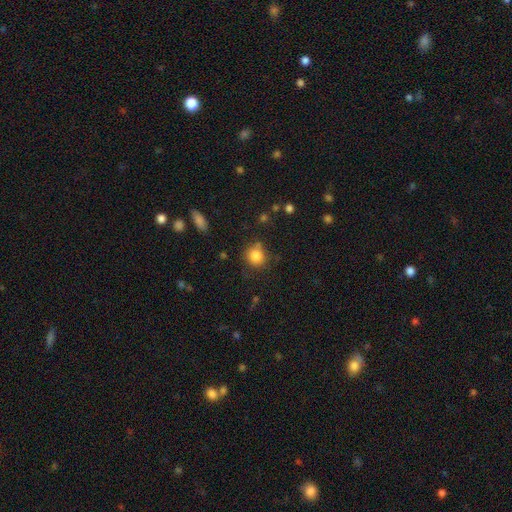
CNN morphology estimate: smooth_or_featured: smooth (p=0.83) [alt: star or artifact p=0.11]
how_rounded: round (p=0.86) [alt: in between p=0.13]
merging: none (p=0.73) [alt: minor disturbance p=0.16]